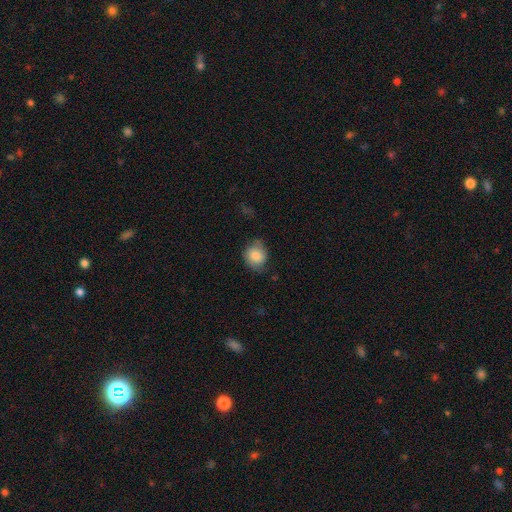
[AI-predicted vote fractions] Smooth or featured?
  - smooth: 81% *
  - featured or disk: 12%
  - star or artifact: 8%
How rounded?
  - round: 68% *
  - in between: 31%
  - cigar-shaped: 1%
Merging?
  - none: 63% *
  - minor disturbance: 28%
  - major disturbance: 8%
  - merger: 1%